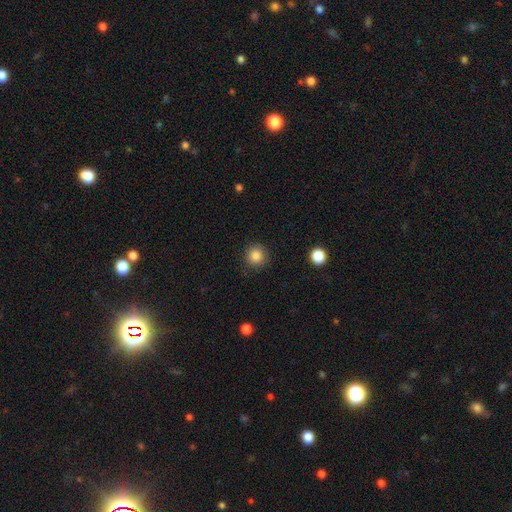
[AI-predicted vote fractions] smooth 85%, star or artifact 10%, featured or disk 4%. Down the decision tree: how rounded — round (94%); merging — none (90%).